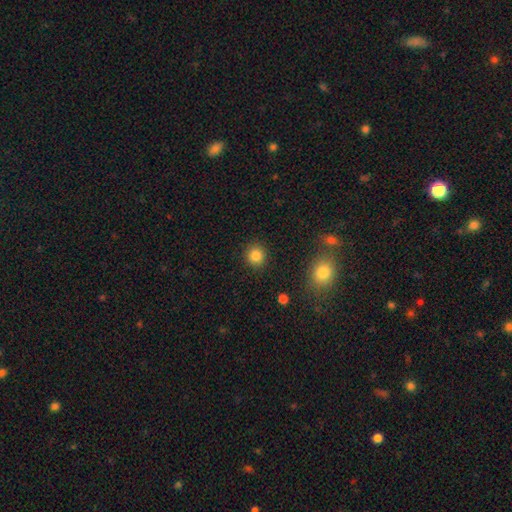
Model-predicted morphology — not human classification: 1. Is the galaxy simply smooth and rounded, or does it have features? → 84% smooth, 11% star or artifact, 5% featured or disk.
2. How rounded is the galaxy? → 91% round, 8% in between, 1% cigar-shaped.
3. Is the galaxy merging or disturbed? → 90% none, 6% minor disturbance, 2% major disturbance, 2% merger.